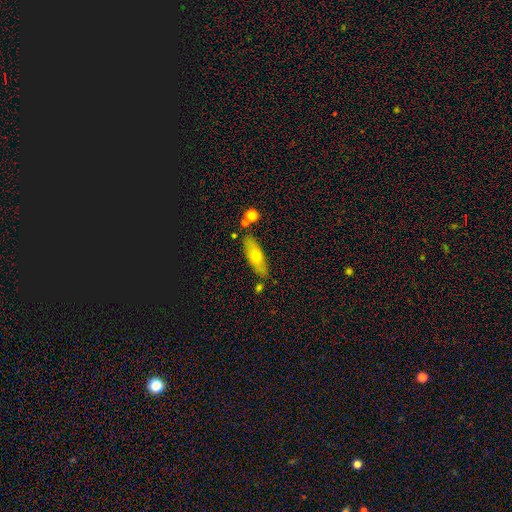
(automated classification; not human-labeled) A smooth galaxy with no disk features (61%) that is in between round and cigar-shaped (56%). Merging: none (79%).